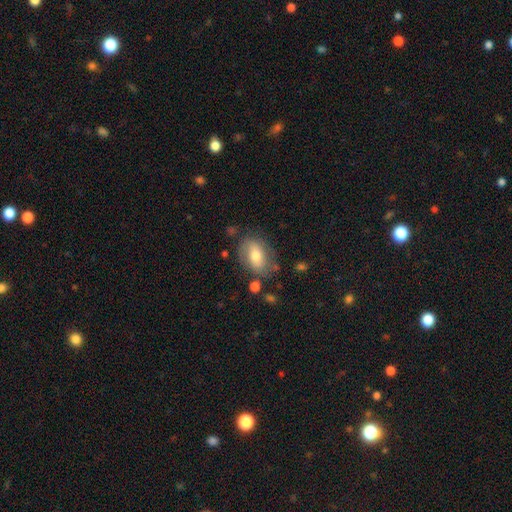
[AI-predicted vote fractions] smooth-or-featured: smooth: 61% | featured or disk: 31% | star or artifact: 8%
  how-rounded: in between: 81% | round: 17% | cigar-shaped: 2%
  merging: none: 71% | minor disturbance: 18% | major disturbance: 7% | merger: 4%